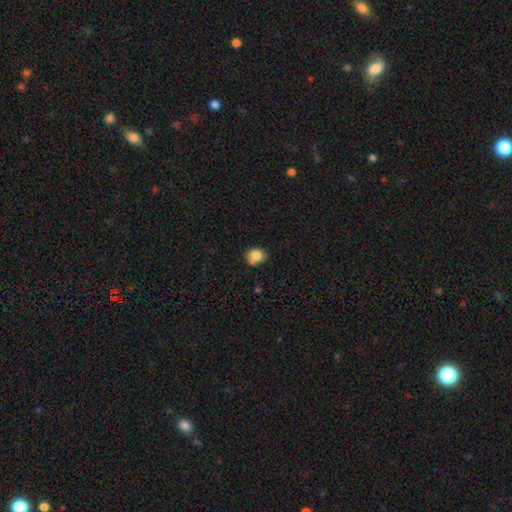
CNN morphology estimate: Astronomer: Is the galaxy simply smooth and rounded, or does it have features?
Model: smooth — 82%.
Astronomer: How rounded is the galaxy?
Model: round — 59% (runner-up: in between, 40%).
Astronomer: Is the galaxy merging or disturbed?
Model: none — 62%.